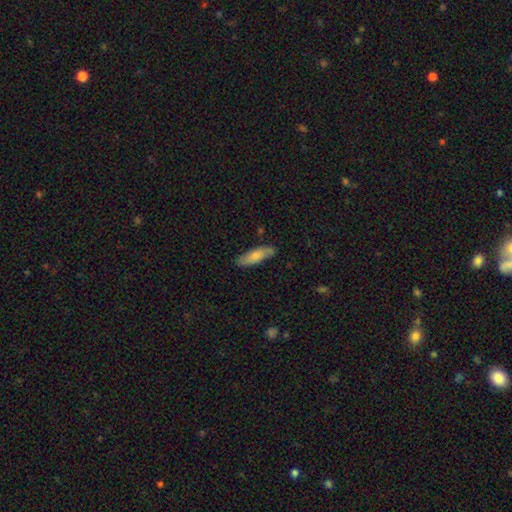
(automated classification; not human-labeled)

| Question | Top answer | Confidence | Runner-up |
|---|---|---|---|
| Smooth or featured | smooth | 75% | featured or disk (19%) |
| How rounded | in between | 50% | cigar-shaped (48%) |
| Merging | none | 84% | minor disturbance (12%) |